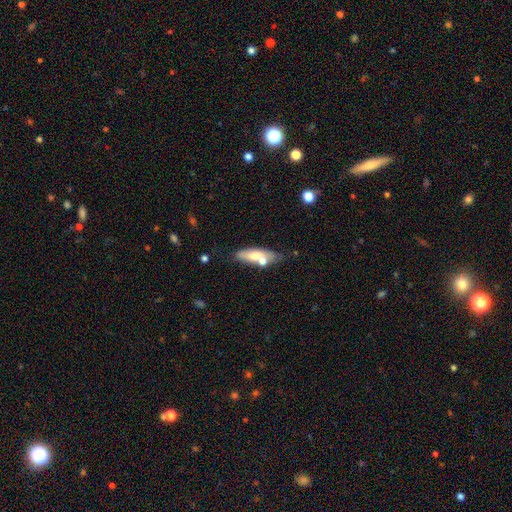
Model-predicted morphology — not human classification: Smooth or featured? Predicted: smooth (p=0.63). How rounded? Predicted: in between (p=0.53). Merging? Predicted: none (p=0.58).